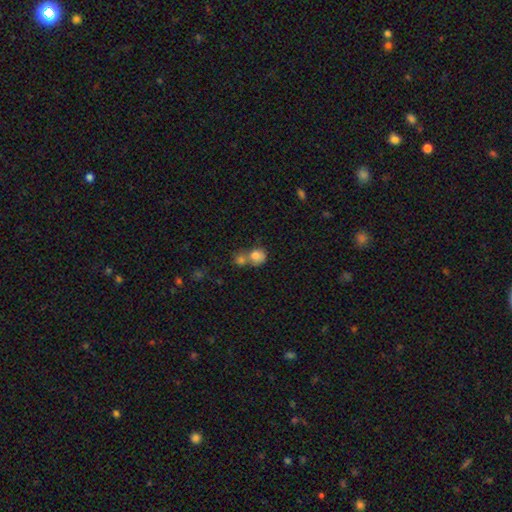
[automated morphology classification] smooth-or-featured: smooth: 80% | featured or disk: 11% | star or artifact: 10%
  how-rounded: round: 70% | in between: 29% | cigar-shaped: 1%
  merging: merger: 58% | none: 29% | minor disturbance: 9% | major disturbance: 4%